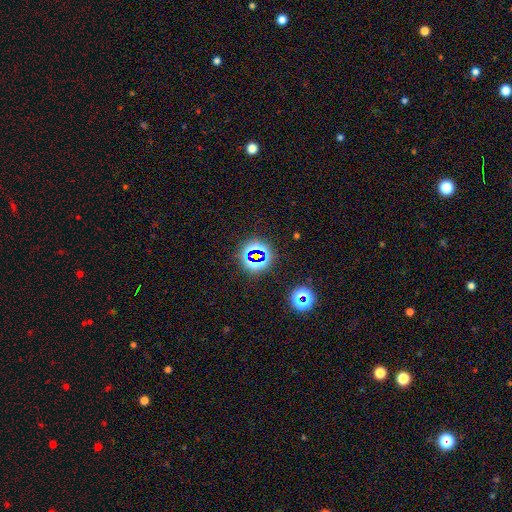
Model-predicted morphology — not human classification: A star or artifact, not a galaxy (73%).